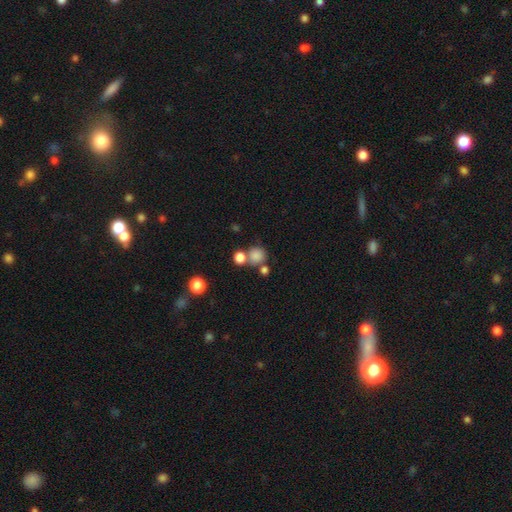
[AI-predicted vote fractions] Overall: smooth (81%). How rounded: round (88%). Merging: none (57%; merger 29%).